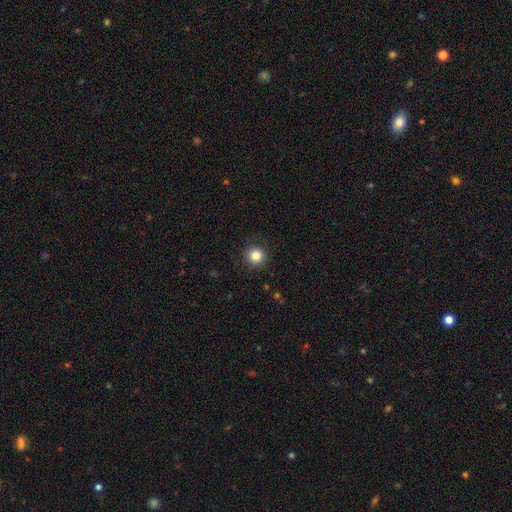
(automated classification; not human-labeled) Smooth or featured? smooth (84%)
How rounded? round (94%)
Merging? none (91%)